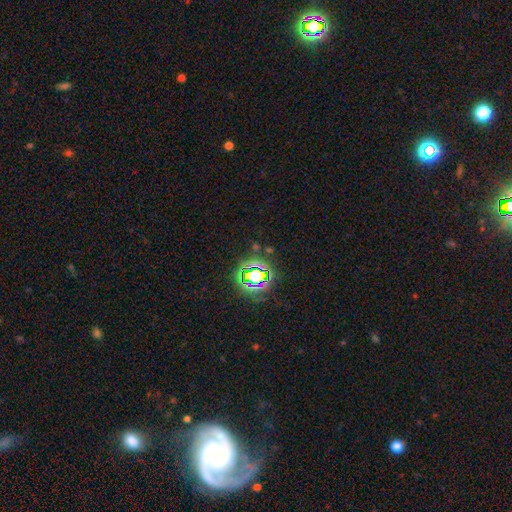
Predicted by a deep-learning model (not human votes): Smooth or featured: star or artifact — 77% (smooth — 15%)